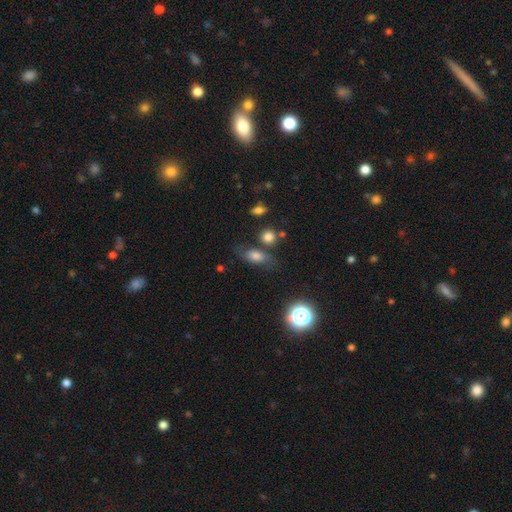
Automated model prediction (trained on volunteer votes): Q: Smooth or featured?
A: smooth (65%); runner-up: featured or disk (23%)
Q: How rounded?
A: in between (74%); runner-up: cigar-shaped (13%)
Q: Merging?
A: none (60%); runner-up: minor disturbance (22%)